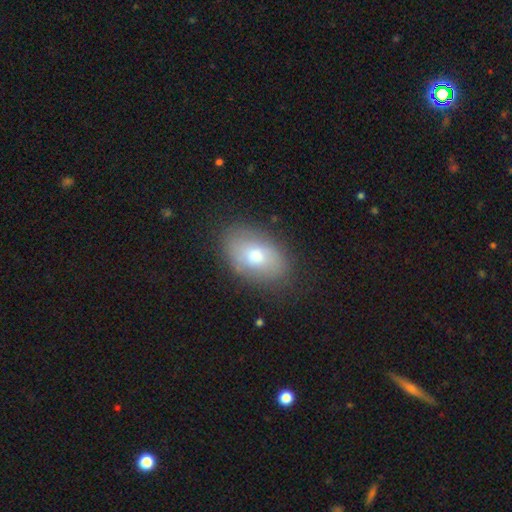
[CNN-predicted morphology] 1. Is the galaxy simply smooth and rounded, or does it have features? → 72% smooth, 21% featured or disk, 8% star or artifact.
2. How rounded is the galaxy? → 89% in between, 9% round, 1% cigar-shaped.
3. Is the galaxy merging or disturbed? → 76% none, 17% minor disturbance, 6% major disturbance, 1% merger.